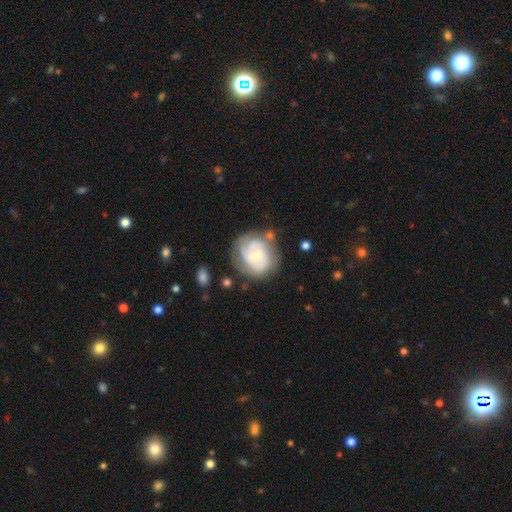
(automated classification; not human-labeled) This is likely a featured or disk galaxy (71%). It is clearly not viewed edge-on (98%). Bar: likely no (66%). Spiral arm pattern: clearly yes (88%). Spiral arm count: marginally 2 (40%). Spiral winding: possibly tight (52%). Central bulge: possibly small (56%). Merging: likely none (65%).